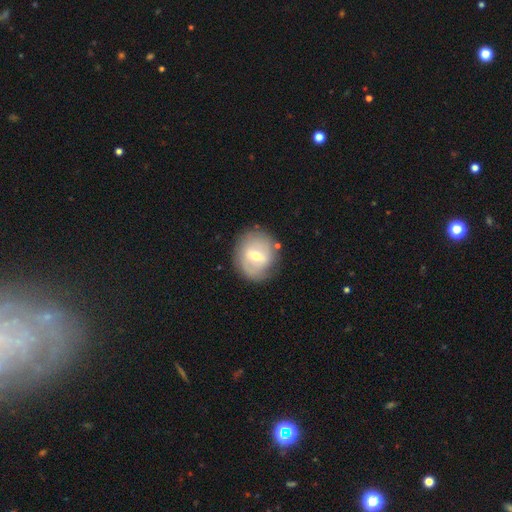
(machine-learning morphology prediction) Overall: featured or disk (52%; smooth 41%). Edge-on disk: no (94%). Merging: none (78%).